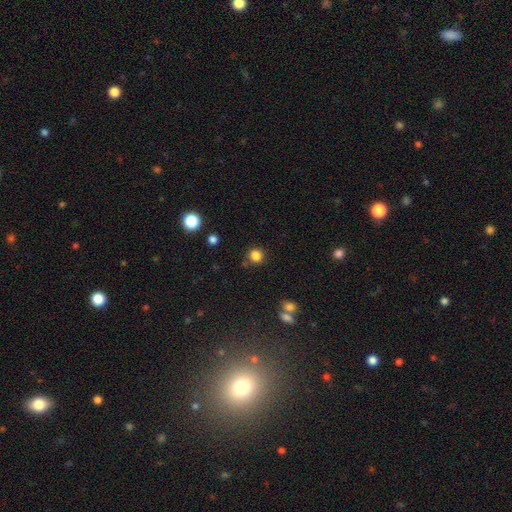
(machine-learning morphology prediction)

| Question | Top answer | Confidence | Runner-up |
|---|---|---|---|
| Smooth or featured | smooth | 83% | star or artifact (13%) |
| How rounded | round | 89% | in between (10%) |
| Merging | none | 81% | minor disturbance (11%) |